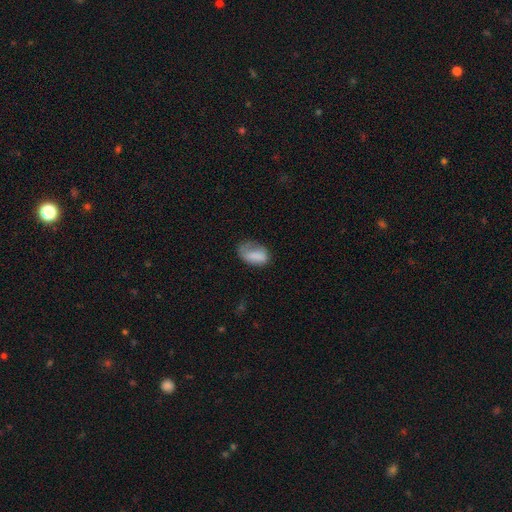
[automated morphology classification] A smooth galaxy with no disk features (77%) that is in between round and cigar-shaped (89%). Merging: none (36%).